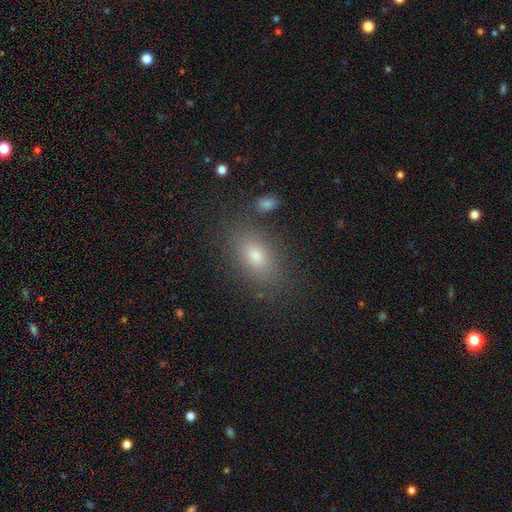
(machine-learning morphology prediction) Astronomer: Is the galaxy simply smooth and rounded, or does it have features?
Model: smooth — 76%.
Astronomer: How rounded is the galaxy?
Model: in between — 86%.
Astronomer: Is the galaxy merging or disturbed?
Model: none — 80%.